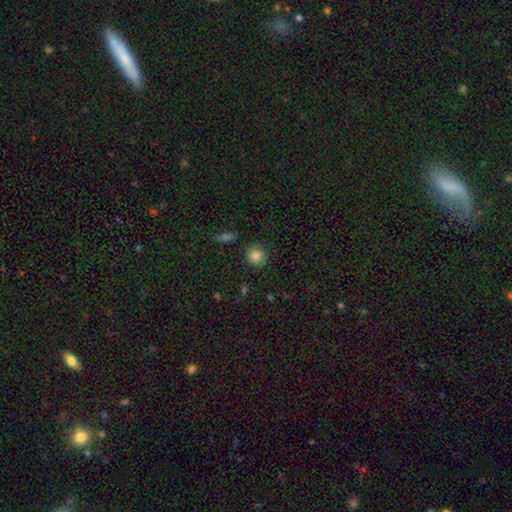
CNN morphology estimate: The model was most divided on "smooth or featured": smooth: 84%, star or artifact: 11%, featured or disk: 5%. More confident: how rounded — round (91%); merging — none (85%).